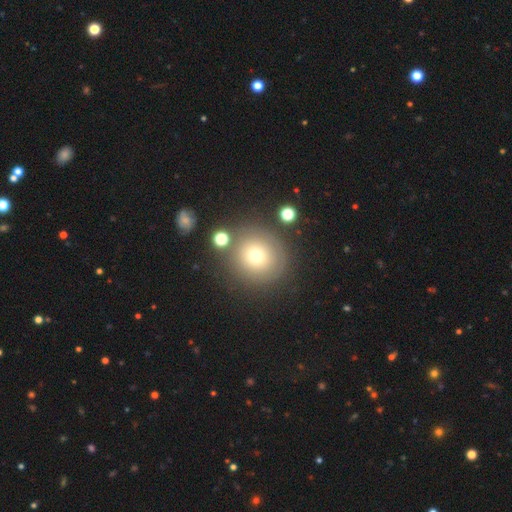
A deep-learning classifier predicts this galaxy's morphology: Q: Smooth or featured?
A: smooth (63%); runner-up: featured or disk (24%)
Q: How rounded?
A: round (93%); runner-up: in between (6%)
Q: Merging?
A: none (78%); runner-up: minor disturbance (11%)